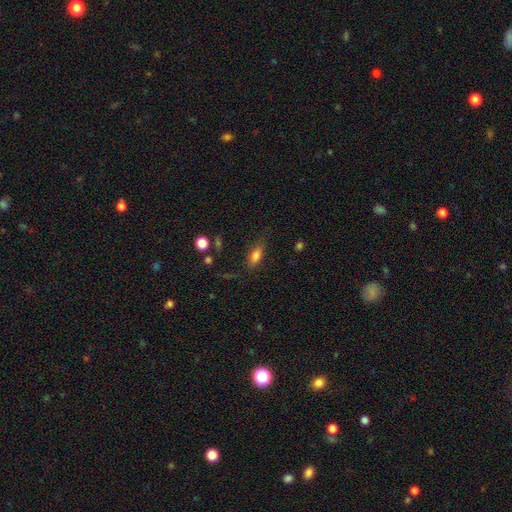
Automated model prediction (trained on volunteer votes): smooth_or_featured: smooth (p=0.77) [alt: featured or disk p=0.14]
how_rounded: in between (p=0.78) [alt: cigar-shaped p=0.17]
merging: none (p=0.72) [alt: minor disturbance p=0.19]